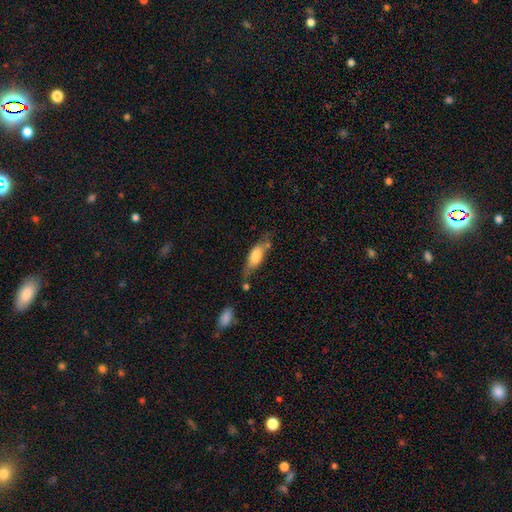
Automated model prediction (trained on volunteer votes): Smooth or featured?
  - smooth: 65% *
  - featured or disk: 28%
  - star or artifact: 7%
How rounded?
  - in between: 58% *
  - cigar-shaped: 40%
  - round: 3%
Merging?
  - none: 50% *
  - minor disturbance: 27%
  - merger: 11%
  - major disturbance: 11%